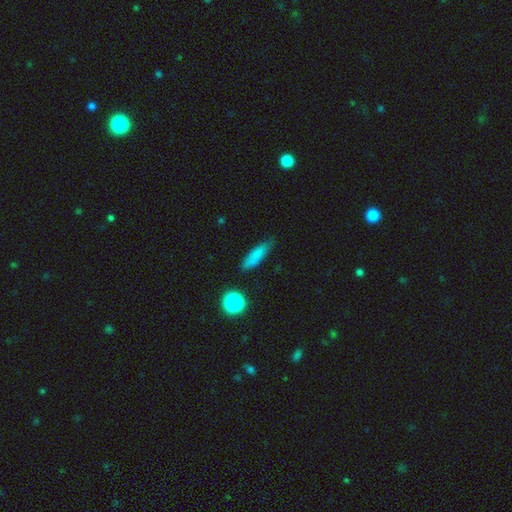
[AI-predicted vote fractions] This appears to be a smooth galaxy with no disk features (79%) that is cigar-shaped (59%). Merging: none (78%).